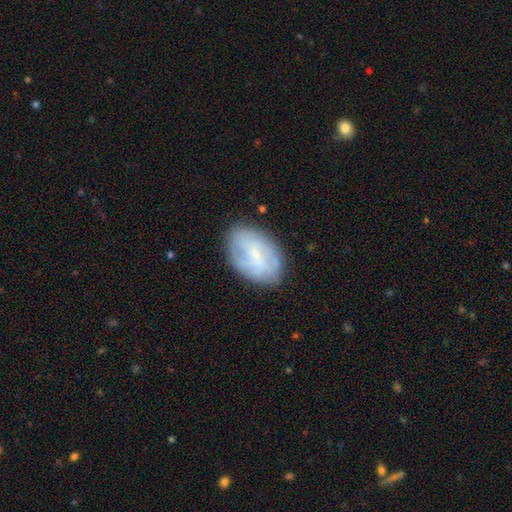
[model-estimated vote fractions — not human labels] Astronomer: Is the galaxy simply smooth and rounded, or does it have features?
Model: featured or disk — 57% (runner-up: smooth, 34%).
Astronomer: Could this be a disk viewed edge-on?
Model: no — 96%.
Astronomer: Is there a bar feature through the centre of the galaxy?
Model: no — 46% (runner-up: weak, 45%).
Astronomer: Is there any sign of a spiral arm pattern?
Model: yes — 77%.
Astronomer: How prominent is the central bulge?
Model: small — 66%.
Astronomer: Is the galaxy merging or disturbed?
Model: none — 78%.